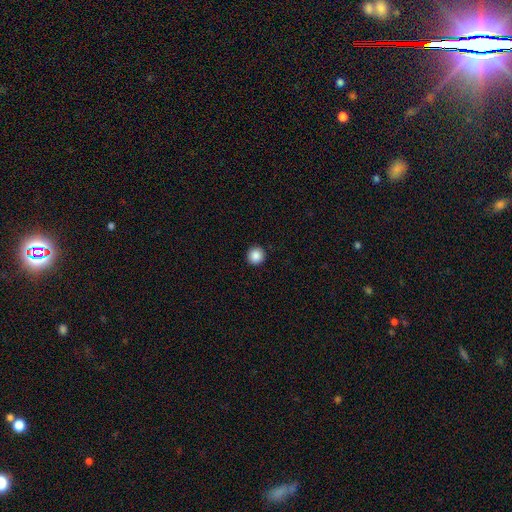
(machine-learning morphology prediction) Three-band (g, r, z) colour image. It shows a smooth galaxy with no disk features (88%) that is round (95%). Merging: none (93%).